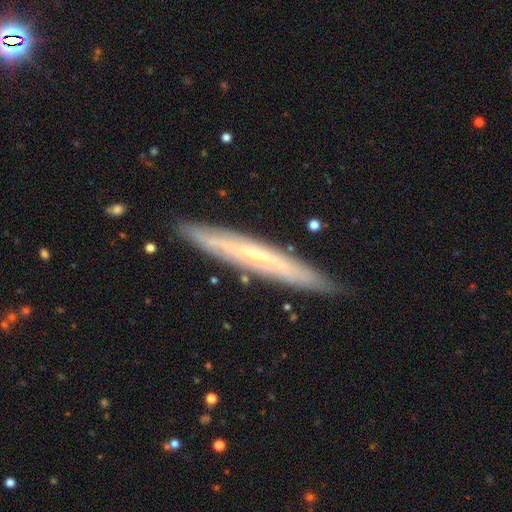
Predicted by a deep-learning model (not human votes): The model was most divided on "edge-on bulge": none: 54%, rounded: 43%, boxy: 3%. More confident: merging — none (87%); edge-on disk — yes (84%); smooth or featured — featured or disk (67%).